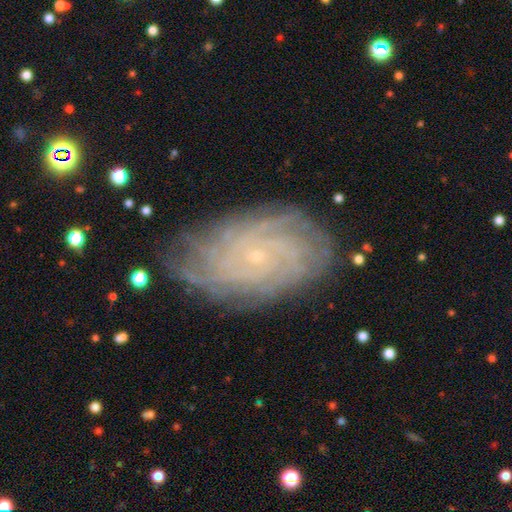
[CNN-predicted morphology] smooth-or-featured: featured or disk: 83% | smooth: 9% | star or artifact: 8%
  disk-edge-on: no: 96% | yes: 4%
    bar: no: 78% | weak: 18% | strong: 4%
    has-spiral-arms: yes: 97% | no: 3%
      spiral-winding: tight: 80% | medium: 16% | loose: 4%
      spiral-arm-count: can't tell: 29% | more than 4: 21% | 4: 21% | 3: 11% | 2: 10% | 1: 8%
    bulge-size: small: 89% | moderate: 6% | none: 3% | large: 1% | dominant: 1%
  merging: none: 79% | minor disturbance: 15% | major disturbance: 4% | merger: 1%